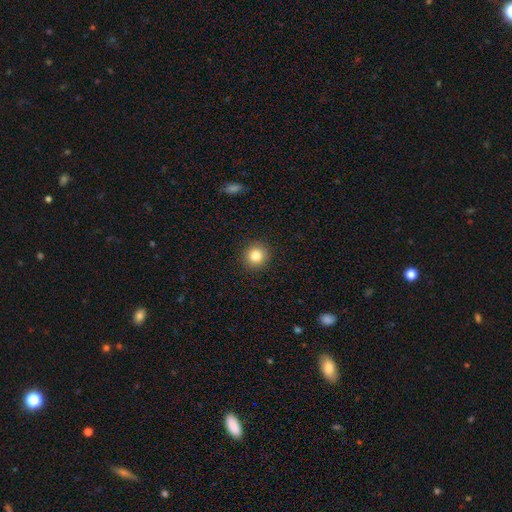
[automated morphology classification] Smooth or featured? smooth (83%)
How rounded? round (92%)
Merging? none (92%)